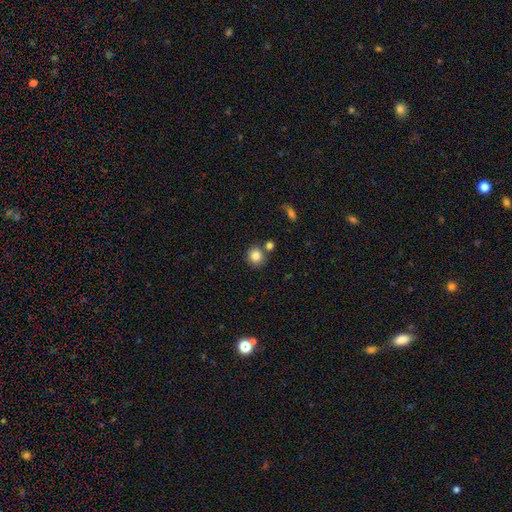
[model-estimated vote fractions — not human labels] Q: Smooth or featured?
A: smooth (84%); runner-up: star or artifact (10%)
Q: How rounded?
A: round (88%); runner-up: in between (11%)
Q: Merging?
A: none (72%); runner-up: merger (15%)